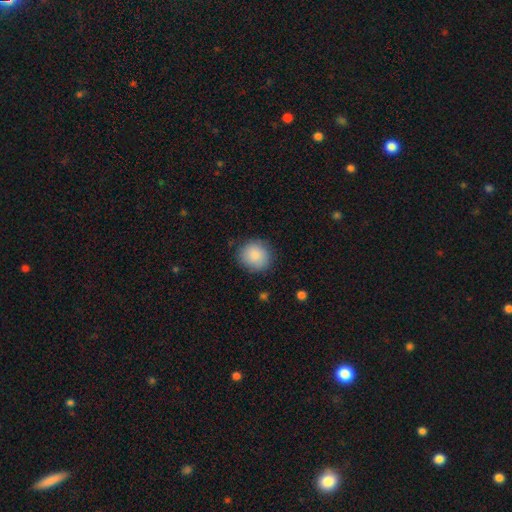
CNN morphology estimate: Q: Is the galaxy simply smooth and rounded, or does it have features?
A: smooth — 88%.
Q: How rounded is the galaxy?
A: round — 84%.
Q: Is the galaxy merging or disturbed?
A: none — 84%.